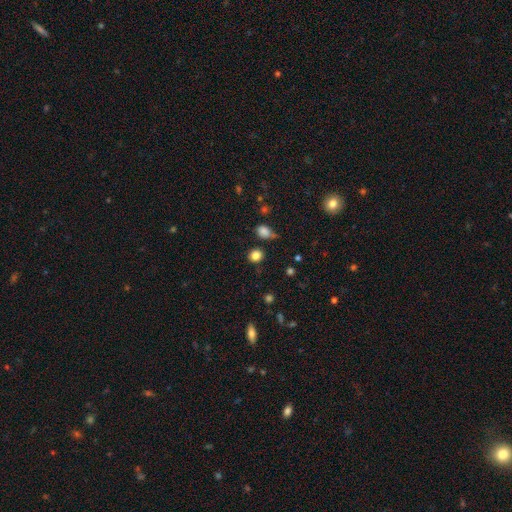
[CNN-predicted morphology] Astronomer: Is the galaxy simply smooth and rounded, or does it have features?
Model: smooth — 84%.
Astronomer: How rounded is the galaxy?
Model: round — 83%.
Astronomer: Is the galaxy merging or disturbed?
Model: none — 80%.